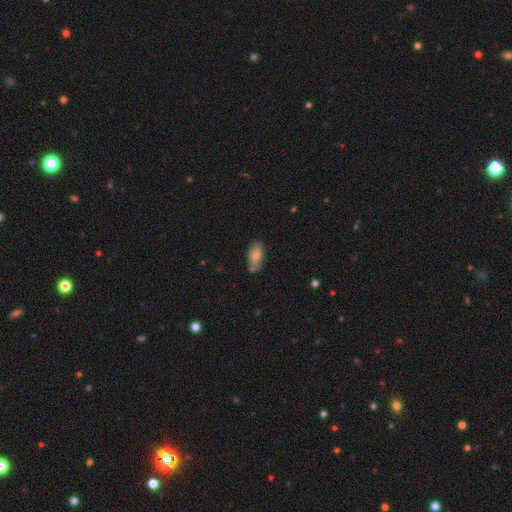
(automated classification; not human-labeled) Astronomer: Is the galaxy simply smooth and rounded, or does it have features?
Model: smooth — 71%.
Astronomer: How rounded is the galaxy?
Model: in between — 88%.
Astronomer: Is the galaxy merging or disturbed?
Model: none — 72%.